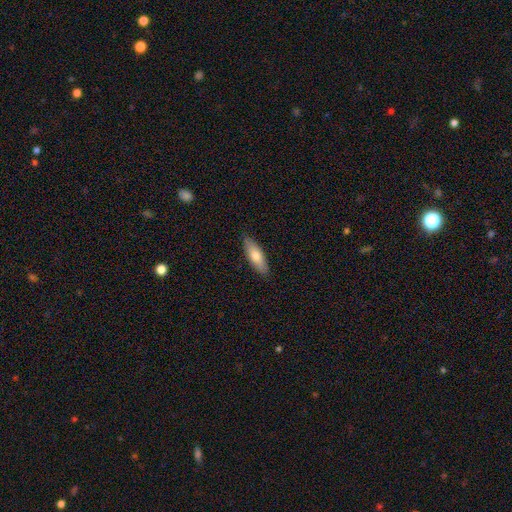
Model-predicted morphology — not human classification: smooth 69%, featured or disk 25%, star or artifact 6%. Down the decision tree: how rounded — in between (53%); merging — none (87%).